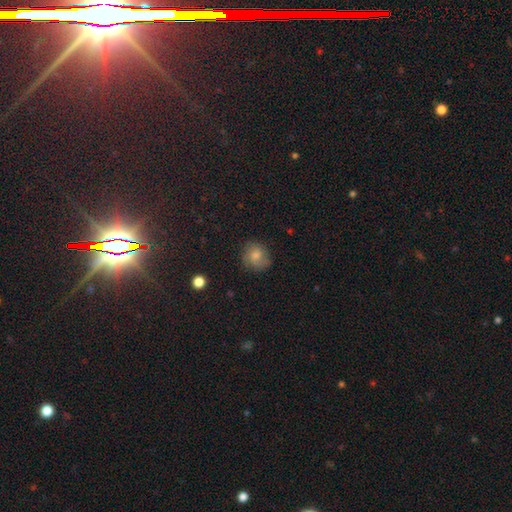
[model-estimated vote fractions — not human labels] Smooth or featured? smooth (67%)
How rounded? round (81%)
Merging? none (74%)